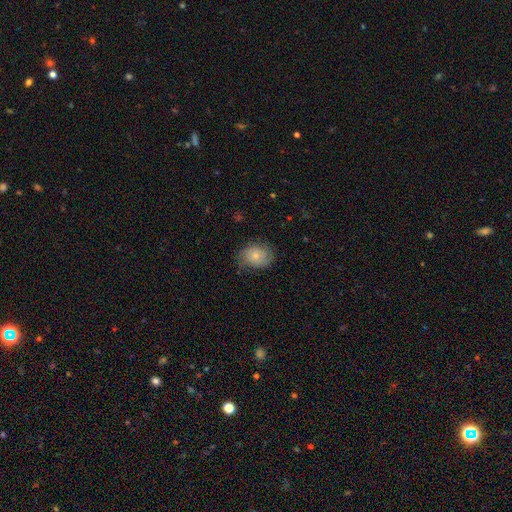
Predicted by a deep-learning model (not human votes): Overall: smooth (78%). How rounded: in between (60%; round 39%). Merging: none (73%).